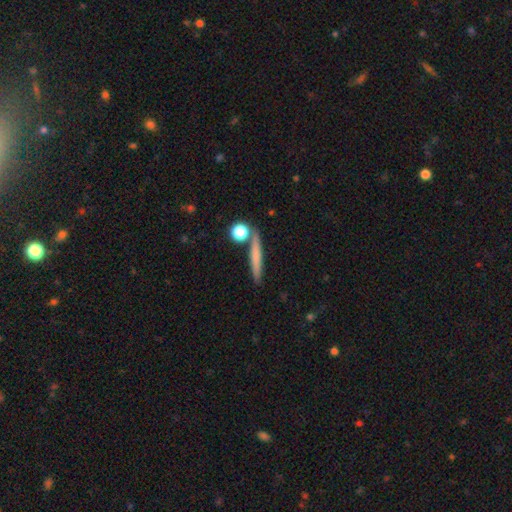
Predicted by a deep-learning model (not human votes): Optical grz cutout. It shows a smooth galaxy with no disk features (68%) that is cigar-shaped (87%). Merging: none (81%).